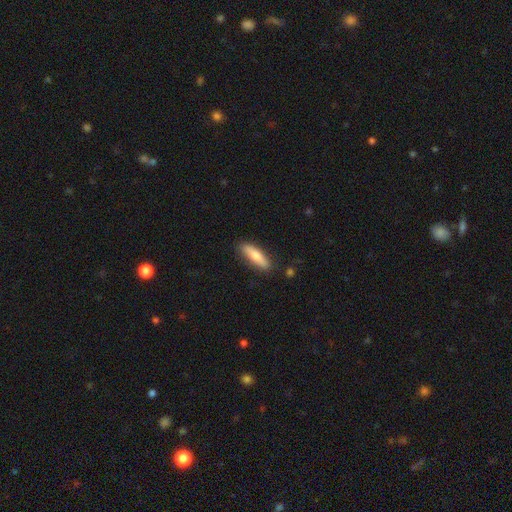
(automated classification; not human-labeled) smooth-or-featured: smooth: 74% | featured or disk: 21% | star or artifact: 5%
  how-rounded: cigar-shaped: 65% | in between: 34% | round: 2%
  merging: none: 86% | minor disturbance: 11% | major disturbance: 2% | merger: 2%